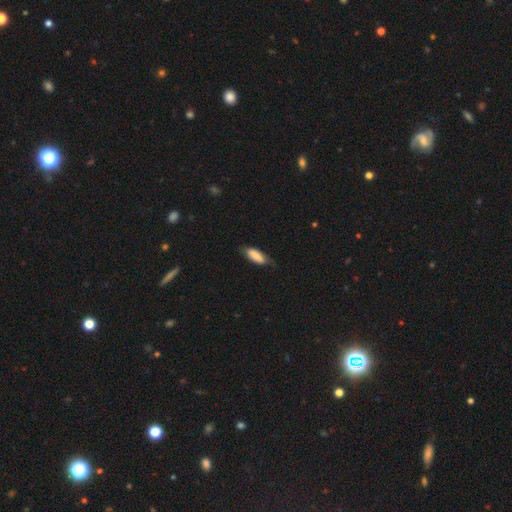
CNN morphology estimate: A smooth galaxy with no disk features (80%) that is in between round and cigar-shaped (76%).

Vote fractions:
- Smooth or featured? smooth: 80% / featured or disk: 14% / star or artifact: 6%
- How rounded? in between: 76% / cigar-shaped: 22% / round: 2%
- Merging? none: 68% / minor disturbance: 26% / major disturbance: 6% / merger: 1%